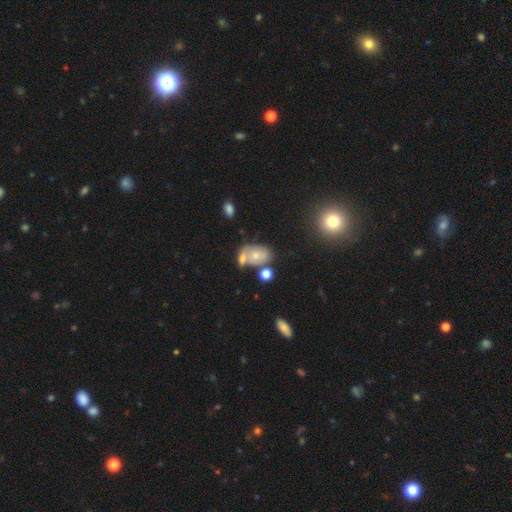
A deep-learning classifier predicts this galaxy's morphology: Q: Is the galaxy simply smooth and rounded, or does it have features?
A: smooth — 50%.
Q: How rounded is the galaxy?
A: in between — 77%.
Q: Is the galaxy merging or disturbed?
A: none — 38%.